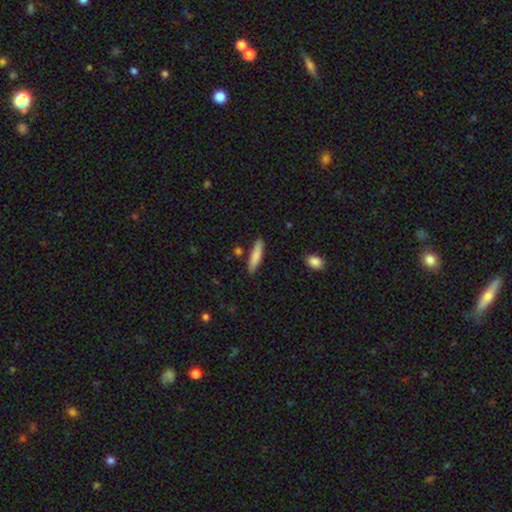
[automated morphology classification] The model was most divided on "how rounded": cigar-shaped: 82%, in between: 17%, round: 1%. More confident: merging — none (85%); smooth or featured — smooth (82%).